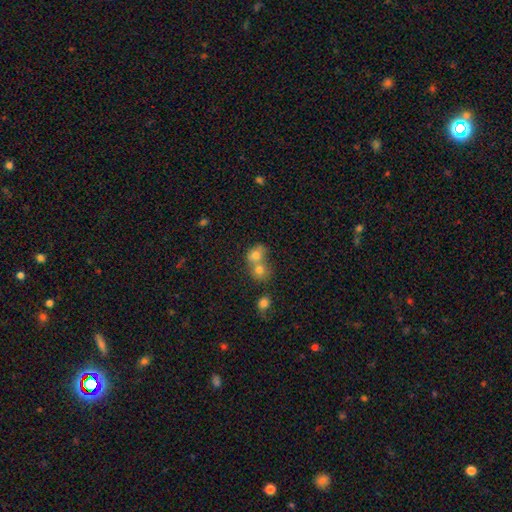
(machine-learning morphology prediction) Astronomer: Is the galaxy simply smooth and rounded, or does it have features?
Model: smooth — 73%.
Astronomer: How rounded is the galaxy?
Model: round — 65%.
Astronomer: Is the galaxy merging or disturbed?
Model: merger — 66%.